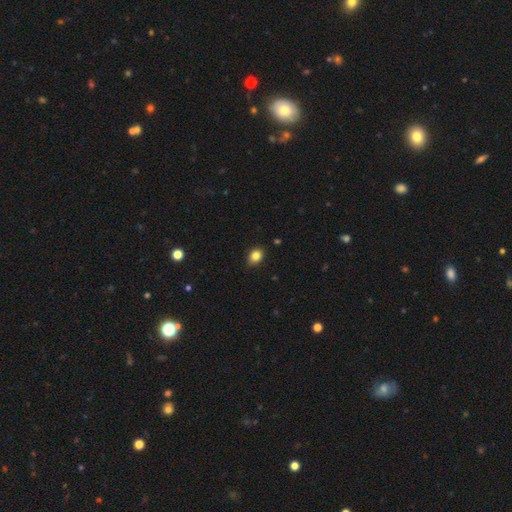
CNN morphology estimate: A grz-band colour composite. It shows a smooth galaxy with no disk features (85%) that is in between round and cigar-shaped (60%). Merging: none (84%).